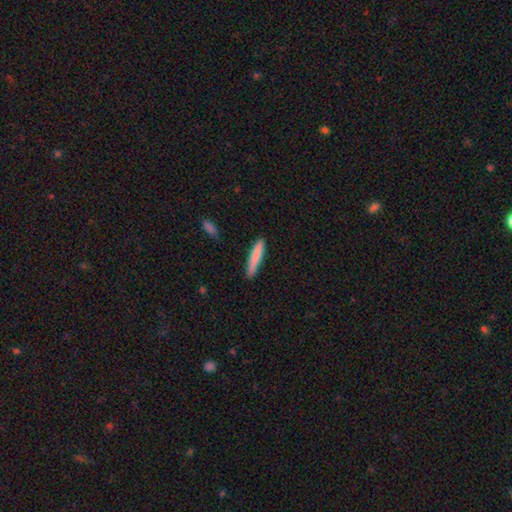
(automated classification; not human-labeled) Smooth or featured? Predicted: smooth (p=0.81). How rounded? Predicted: cigar-shaped (p=0.91). Merging? Predicted: none (p=0.87).